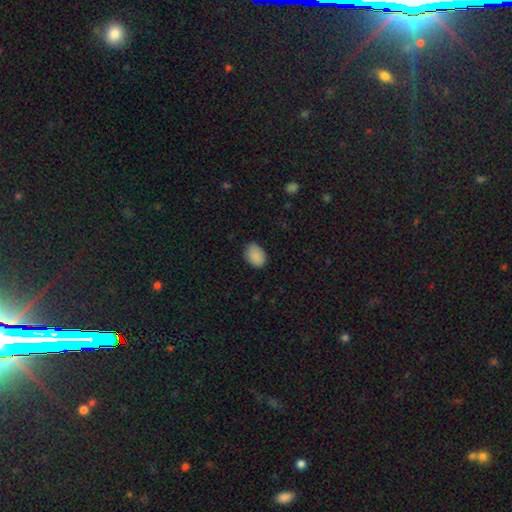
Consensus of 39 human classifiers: smooth-or-featured: smooth: 87% | star or artifact: 10% | featured or disk: 3%
  how-rounded: in between: 62% | round: 38% | cigar-shaped: 0%
  merging: none: 71% | minor disturbance: 20% | major disturbance: 6% | merger: 3%